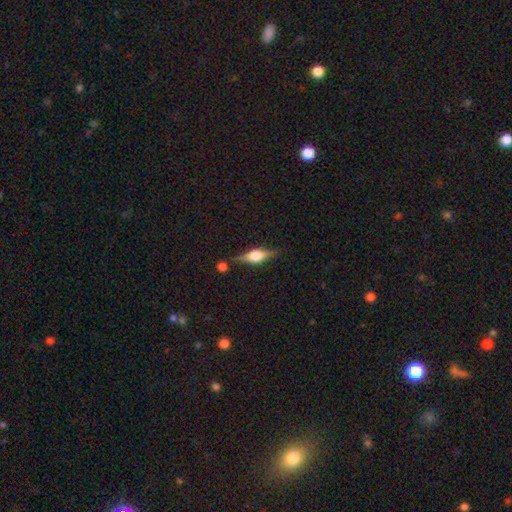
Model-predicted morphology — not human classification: Overall: featured or disk (63%; smooth 29%). Edge-on disk: yes (95%). Edge-on bulge: rounded (87%). Merging: none (75%).